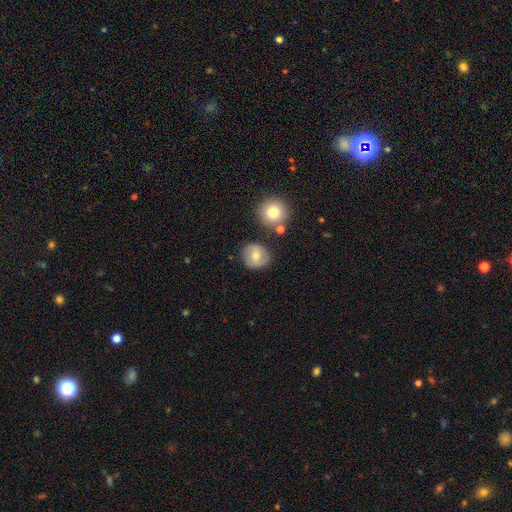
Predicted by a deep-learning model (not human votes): A smooth galaxy with no disk features (68%) that is round (89%).

Vote fractions:
- Smooth or featured? smooth: 68% / featured or disk: 24% / star or artifact: 8%
- How rounded? round: 89% / in between: 10% / cigar-shaped: 1%
- Merging? none: 79% / minor disturbance: 12% / merger: 5% / major disturbance: 3%